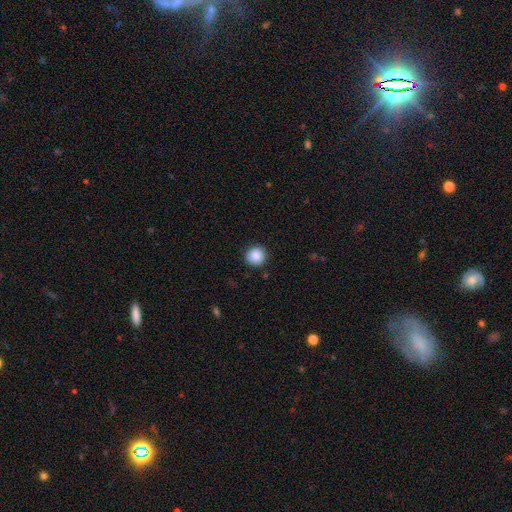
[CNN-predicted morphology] smooth_or_featured: smooth (p=0.88) [alt: star or artifact p=0.09]
how_rounded: round (p=0.94) [alt: in between p=0.05]
merging: none (p=0.91) [alt: minor disturbance p=0.06]